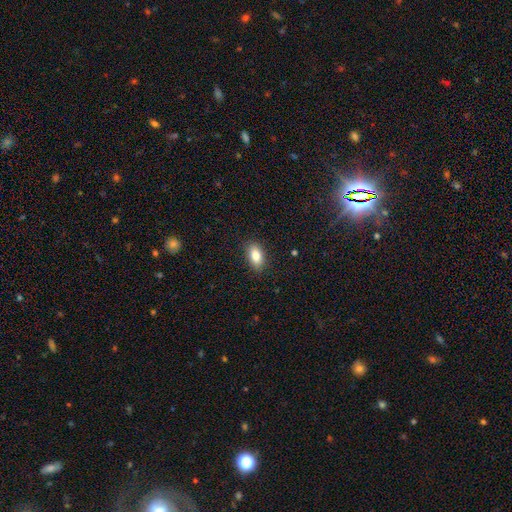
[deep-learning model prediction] smooth 84%, featured or disk 8%, star or artifact 8%. Down the decision tree: how rounded — in between (90%); merging — none (87%).